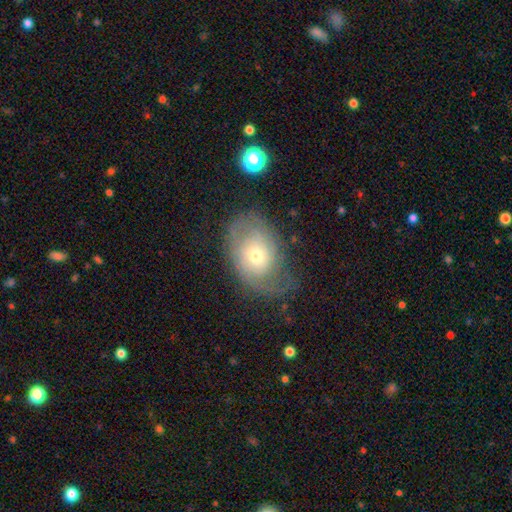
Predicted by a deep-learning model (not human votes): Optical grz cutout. It shows a featured or disk galaxy (69%) with no bar (76%), 2 (39%) tight (53%) spiral arms (85%) and a small central bulge (47%, tied with moderate). Merging: none (61%).